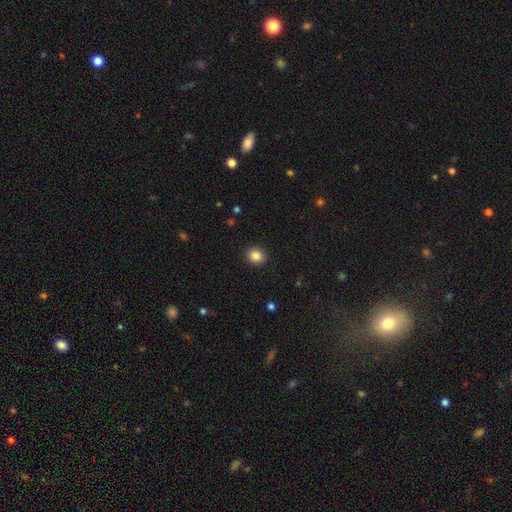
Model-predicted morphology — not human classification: Overall: smooth (86%). How rounded: round (66%; in between 33%). Merging: none (91%).